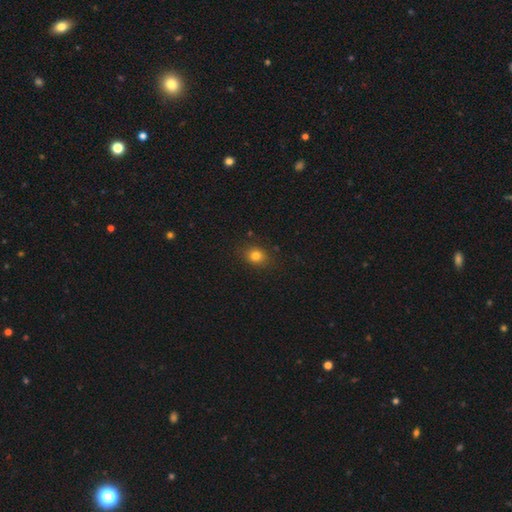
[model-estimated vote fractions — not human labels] The model was most divided on "how rounded": round: 52%, in between: 47%, cigar-shaped: 1%. More confident: merging — none (85%); smooth or featured — smooth (80%).